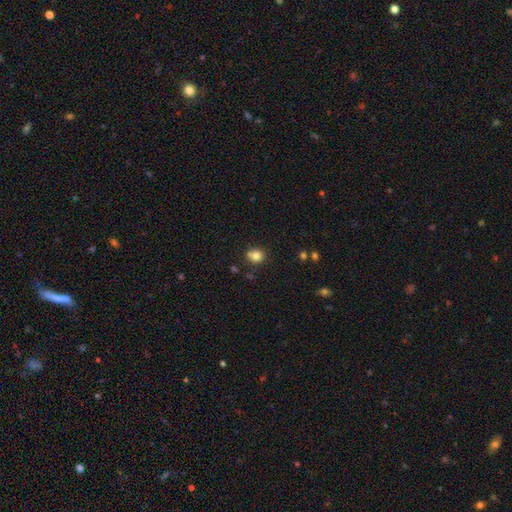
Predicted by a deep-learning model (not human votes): This is clearly a smooth galaxy (81%). How rounded: clearly round (83%). Merging: likely none (70%).